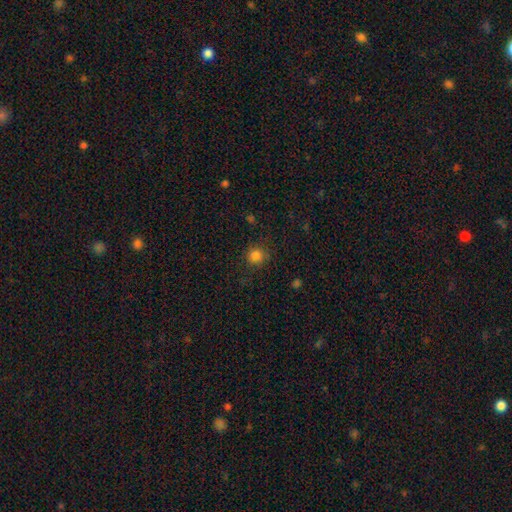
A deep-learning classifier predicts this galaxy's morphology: smooth_or_featured: smooth (p=0.83) [alt: star or artifact p=0.13]
how_rounded: round (p=0.90) [alt: in between p=0.09]
merging: none (p=0.83) [alt: minor disturbance p=0.11]